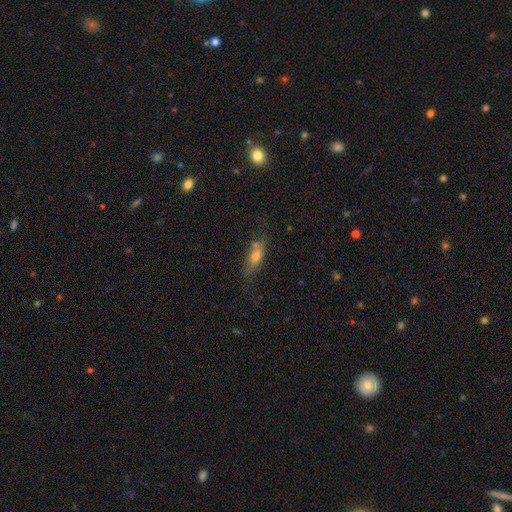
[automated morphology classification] Smooth or featured: smooth — 55% (featured or disk — 34%)
How rounded: in between — 56% (cigar-shaped — 40%)
Merging: none — 59% (minor disturbance — 24%)